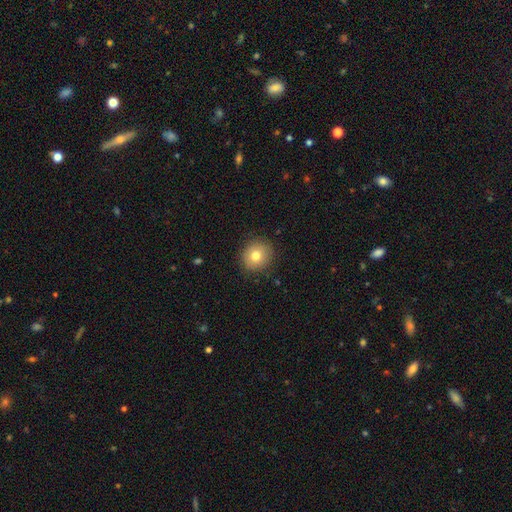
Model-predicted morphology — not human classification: Smooth or featured? smooth (78%)
How rounded? round (86%)
Merging? none (89%)